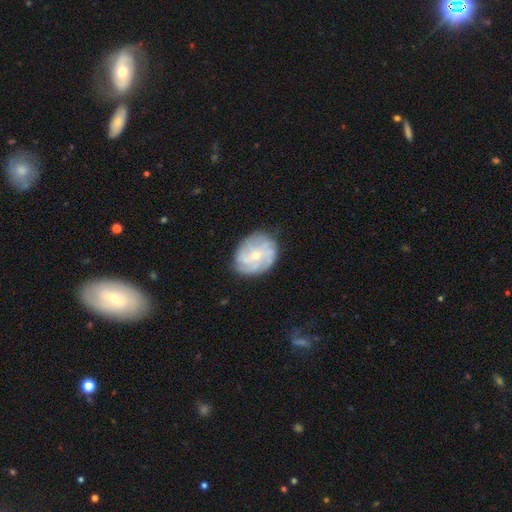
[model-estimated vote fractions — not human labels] Smooth or featured: featured or disk — 73% (smooth — 20%)
Edge-on disk: no — 97% (yes — 3%)
Bar: no — 61% (weak — 32%)
Spiral arms: yes — 87% (no — 13%)
Spiral winding: tight — 48% (medium — 36%)
Spiral arm count: can't tell — 35% (3 — 22%)
Bulge size: small — 65% (moderate — 32%)
Merging: none — 76% (minor disturbance — 17%)